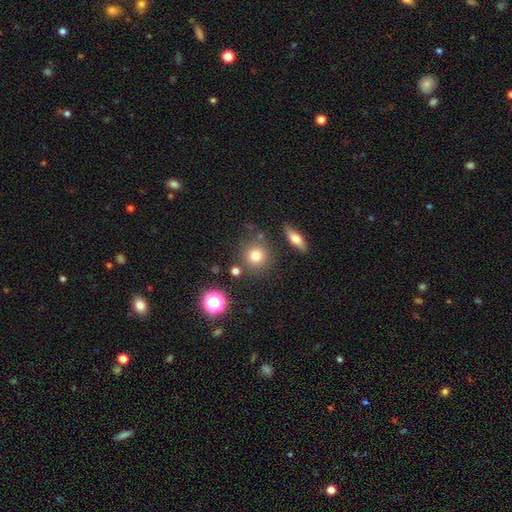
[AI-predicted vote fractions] The model was most divided on "smooth or featured": smooth: 76%, star or artifact: 14%, featured or disk: 10%. More confident: how rounded — round (90%); merging — none (79%).